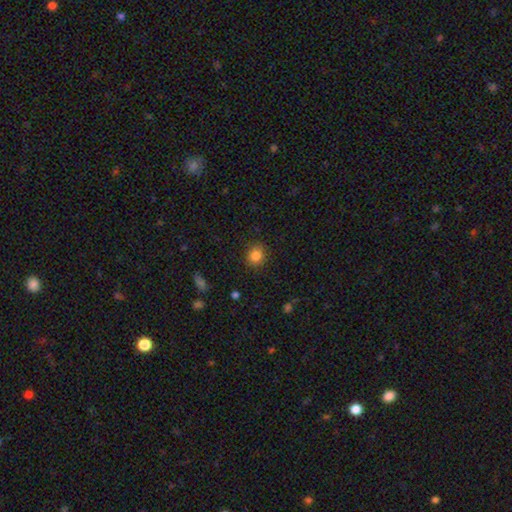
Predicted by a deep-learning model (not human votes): Smooth or featured: smooth — 84% (star or artifact — 11%)
How rounded: round — 80% (in between — 19%)
Merging: none — 88% (minor disturbance — 9%)